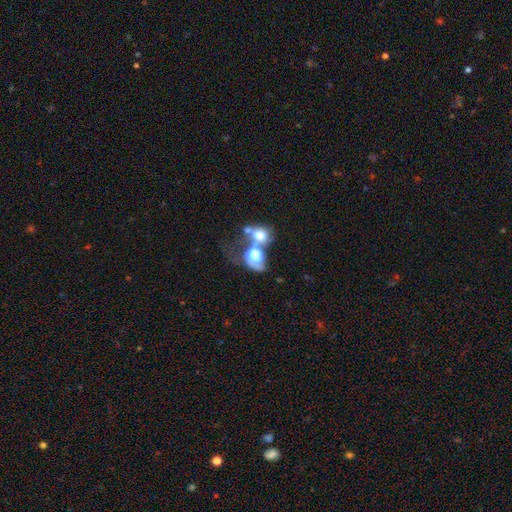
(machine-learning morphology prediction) This is possibly a smooth galaxy (56%). How rounded: possibly in between (55%). Merging: likely merger (69%).